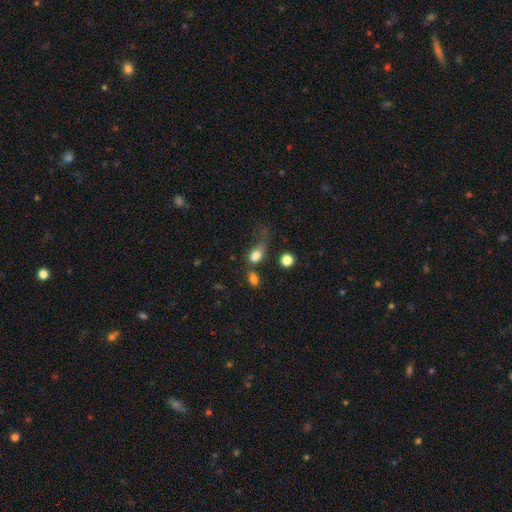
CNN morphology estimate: This is likely a smooth galaxy (80%). How rounded: likely in between (75%). Merging: marginally major disturbance (29%, tied with none).